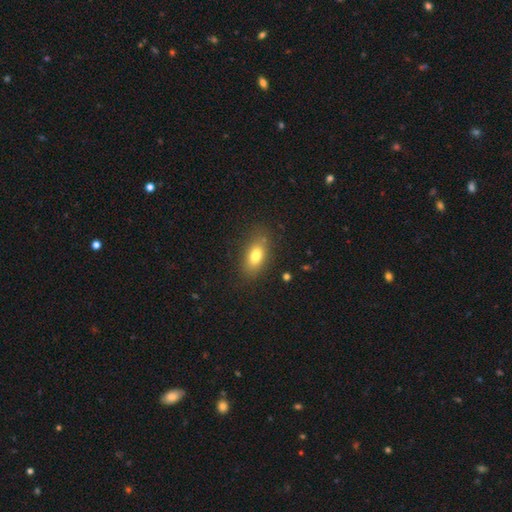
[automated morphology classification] type=smooth (77%); roundness=in between (85%); merging=none (80%).